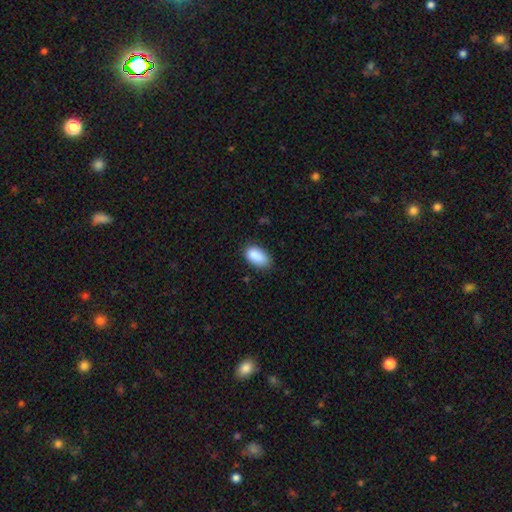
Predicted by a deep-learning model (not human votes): smooth 89%, star or artifact 7%, featured or disk 4%. Down the decision tree: how rounded — in between (94%); merging — none (75%).